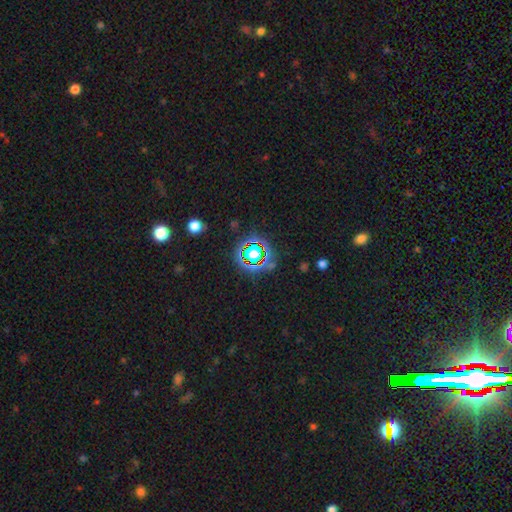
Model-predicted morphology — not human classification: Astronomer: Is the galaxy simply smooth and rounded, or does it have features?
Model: star or artifact — 64%.